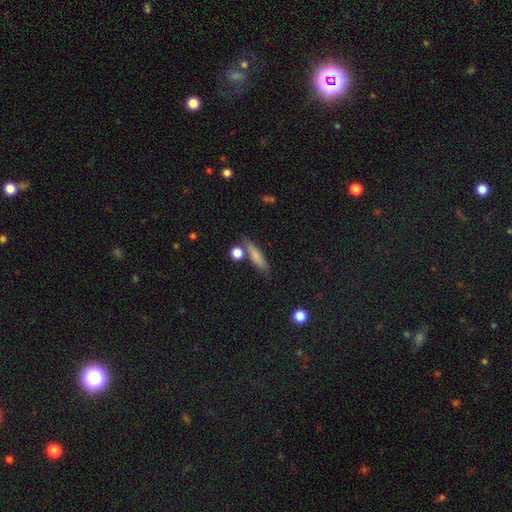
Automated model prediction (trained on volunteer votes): Smooth or featured: smooth — 75% (featured or disk — 17%)
How rounded: cigar-shaped — 73% (in between — 22%)
Merging: none — 72% (minor disturbance — 14%)